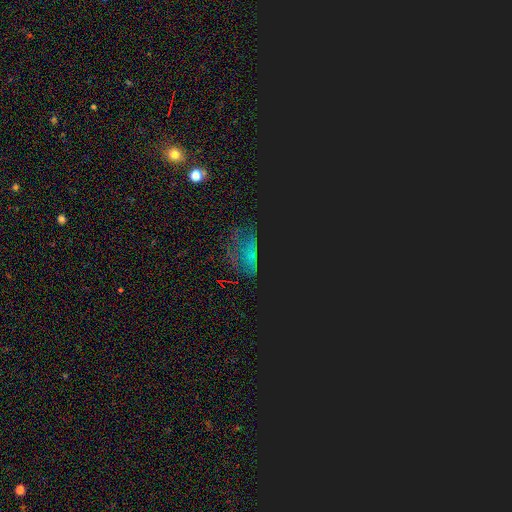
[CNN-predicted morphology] Smooth or featured?
  - star or artifact: 64% *
  - smooth: 20%
  - featured or disk: 16%